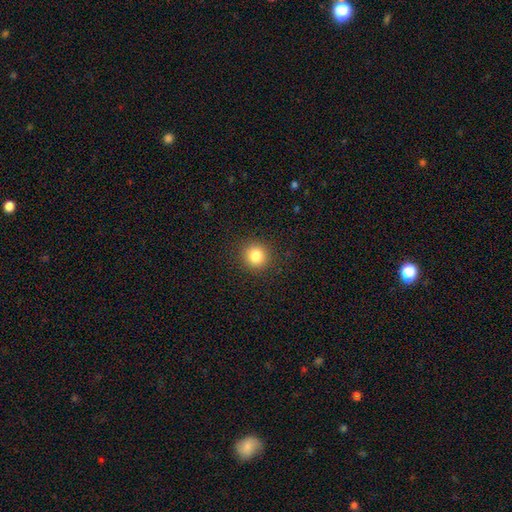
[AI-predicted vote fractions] Morphology: type=smooth (83%); roundness=round (92%); merging=none (91%).